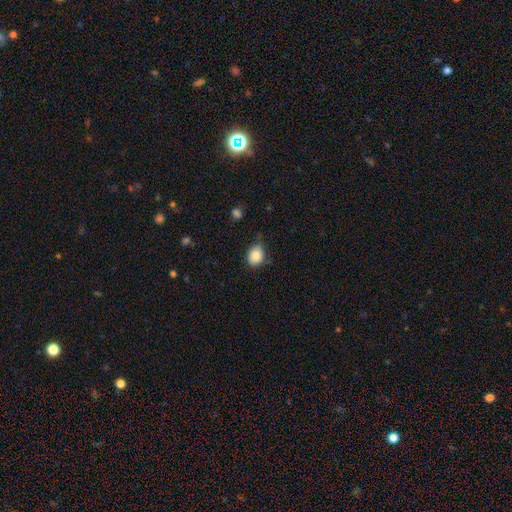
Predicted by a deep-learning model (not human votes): Morphology: type=smooth (84%); roundness=round (54%); merging=none (68%).